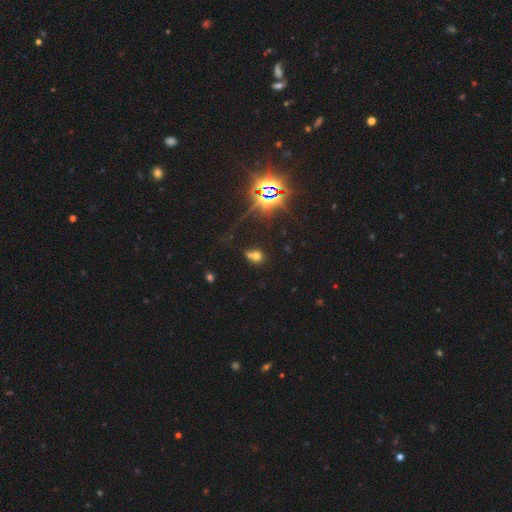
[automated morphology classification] Overall: smooth (56%; star or artifact 30%). How rounded: round (63%; in between 34%). Merging: merger (42%; none 40%).